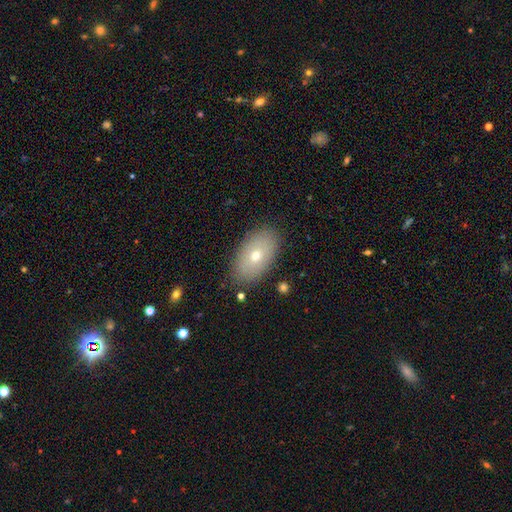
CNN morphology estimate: Smooth or featured? smooth (68%)
How rounded? in between (92%)
Merging? none (86%)